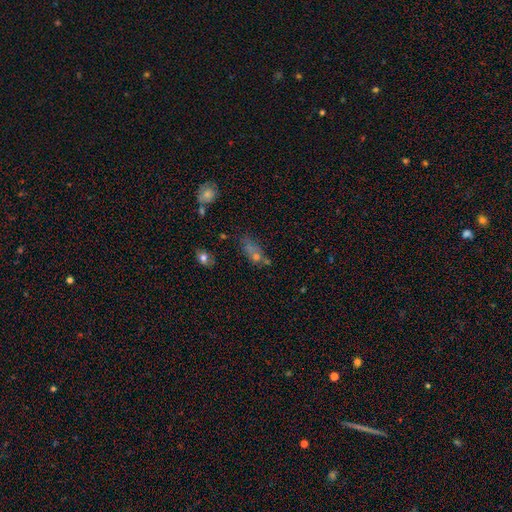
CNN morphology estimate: Smooth or featured? smooth (51%)
How rounded? in between (63%)
Merging? none (44%)